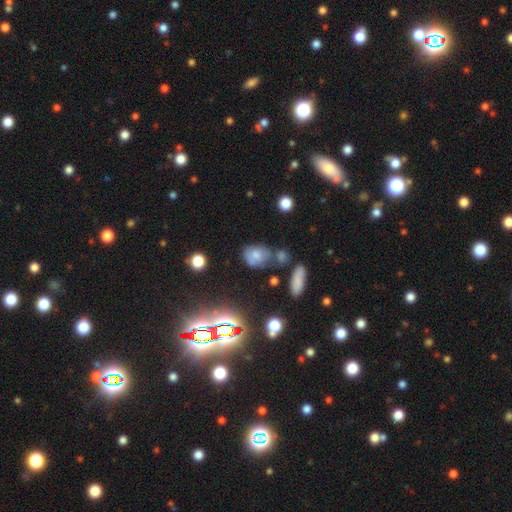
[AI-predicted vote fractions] Smooth or featured? smooth (60%)
How rounded? in between (68%)
Merging? none (45%)